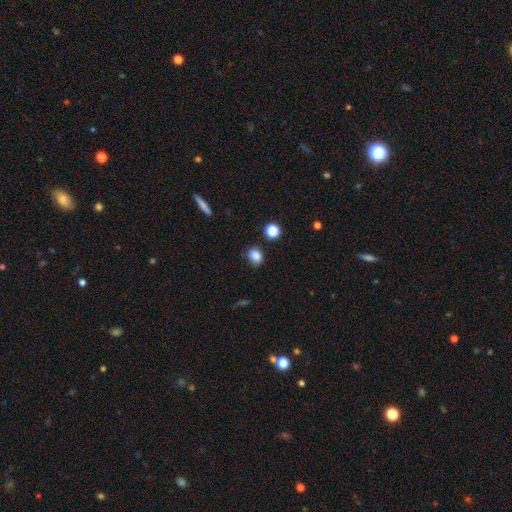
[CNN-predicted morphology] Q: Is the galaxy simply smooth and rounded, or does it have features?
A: smooth — 84%.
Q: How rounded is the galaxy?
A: round — 58%.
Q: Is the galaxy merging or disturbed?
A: none — 78%.